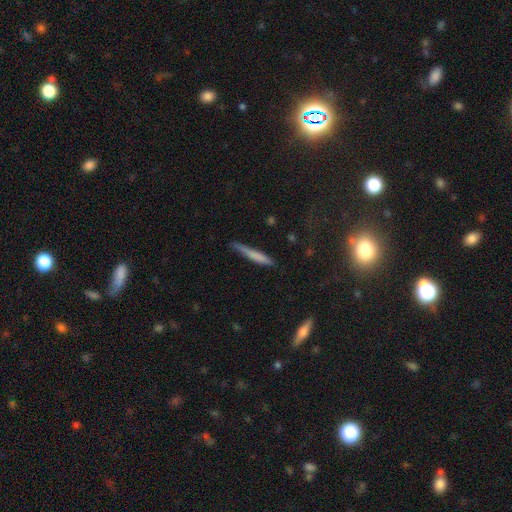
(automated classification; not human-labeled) Smooth or featured: smooth — 67% (featured or disk — 26%)
How rounded: cigar-shaped — 95% (in between — 4%)
Merging: none — 77% (minor disturbance — 18%)